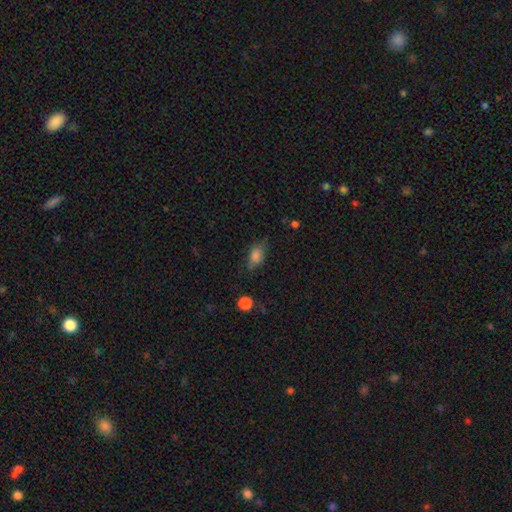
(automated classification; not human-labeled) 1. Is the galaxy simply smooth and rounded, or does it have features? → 78% smooth, 12% featured or disk, 10% star or artifact.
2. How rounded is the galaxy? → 83% in between, 9% round, 8% cigar-shaped.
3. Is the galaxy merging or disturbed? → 64% none, 26% minor disturbance, 8% major disturbance, 2% merger.